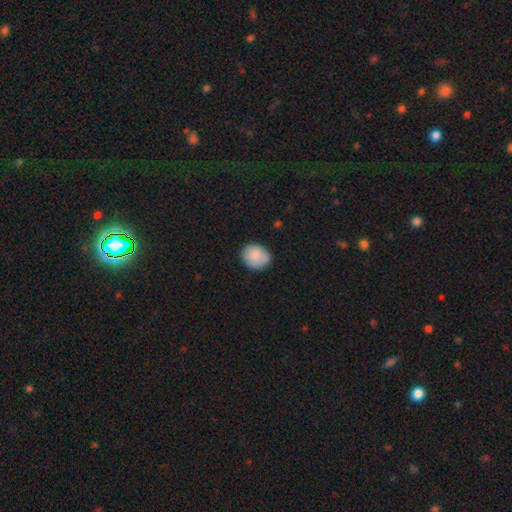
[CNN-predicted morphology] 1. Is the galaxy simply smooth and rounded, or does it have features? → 82% smooth, 11% featured or disk, 7% star or artifact.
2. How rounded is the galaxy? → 70% round, 29% in between, 1% cigar-shaped.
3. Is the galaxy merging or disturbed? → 77% none, 18% minor disturbance, 3% major disturbance, 3% merger.